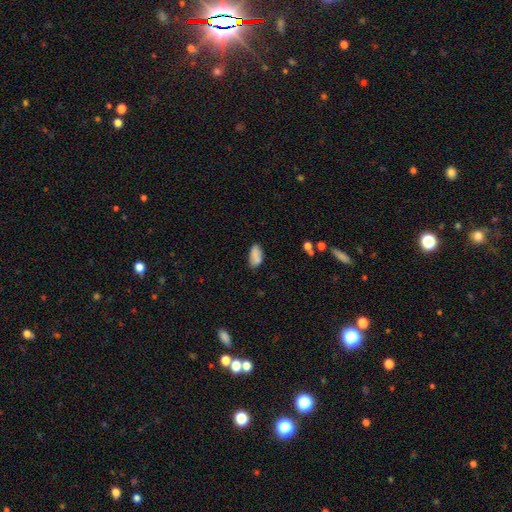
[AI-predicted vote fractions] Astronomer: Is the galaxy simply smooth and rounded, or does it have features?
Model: smooth — 83%.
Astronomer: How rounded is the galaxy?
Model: in between — 92%.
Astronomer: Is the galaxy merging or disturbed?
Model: none — 70%.